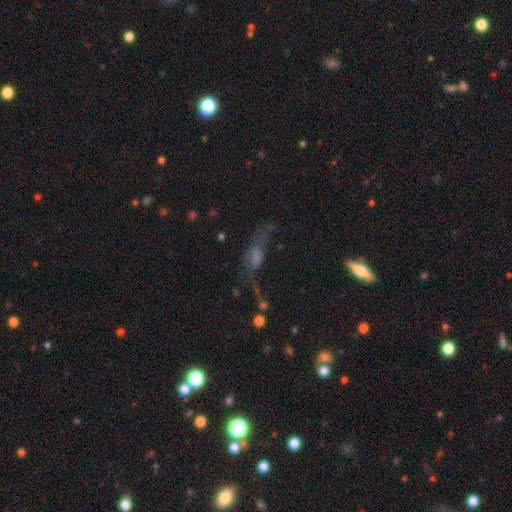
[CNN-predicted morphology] smooth-or-featured: featured or disk: 43% | smooth: 34% | star or artifact: 24%
  merging: major disturbance: 38% | none: 37% | minor disturbance: 18% | merger: 7%